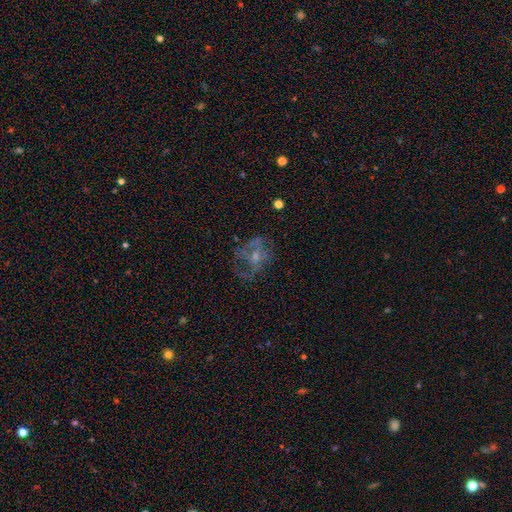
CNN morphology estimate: Smooth or featured? featured or disk (60%)
Edge-on disk? no (97%)
Bar? no (75%)
Spiral arms? no (58%)
Bulge size? small (49%)
Merging? none (45%)